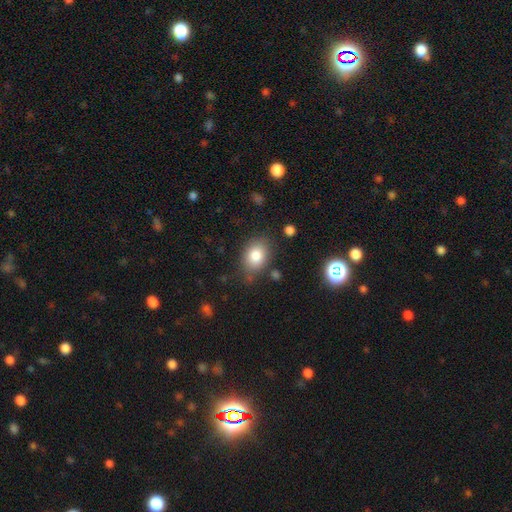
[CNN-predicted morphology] Smooth or featured: smooth — 83% (featured or disk — 9%)
How rounded: in between — 72% (round — 27%)
Merging: none — 75% (minor disturbance — 17%)